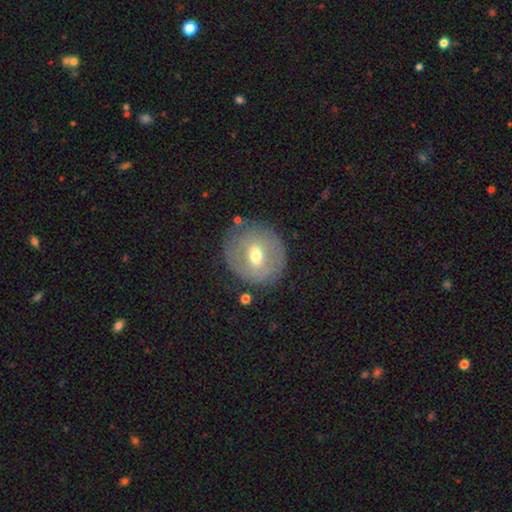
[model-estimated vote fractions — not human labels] Smooth or featured?
  - featured or disk: 54% *
  - smooth: 38%
  - star or artifact: 7%
Edge-on disk?
  - no: 93% *
  - yes: 7%
Bar?
  - weak: 50% *
  - no: 31%
  - strong: 19%
Spiral arms?
  - no: 63% *
  - yes: 37%
Bulge size?
  - moderate: 69% *
  - small: 24%
  - large: 5%
  - none: 1%
  - dominant: 1%
Merging?
  - none: 74% *
  - minor disturbance: 16%
  - major disturbance: 7%
  - merger: 2%